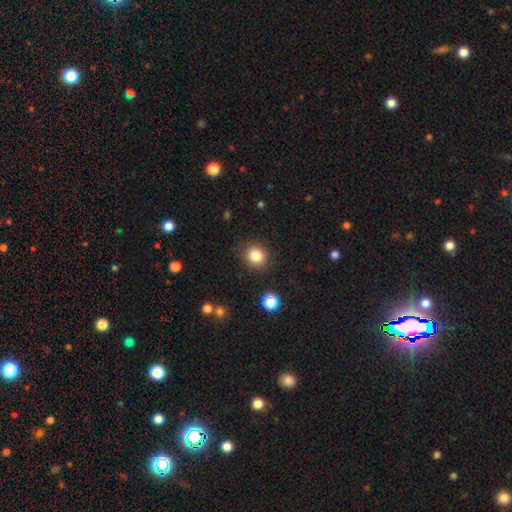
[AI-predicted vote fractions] This is clearly a smooth galaxy (85%). How rounded: clearly round (86%). Merging: clearly none (88%).